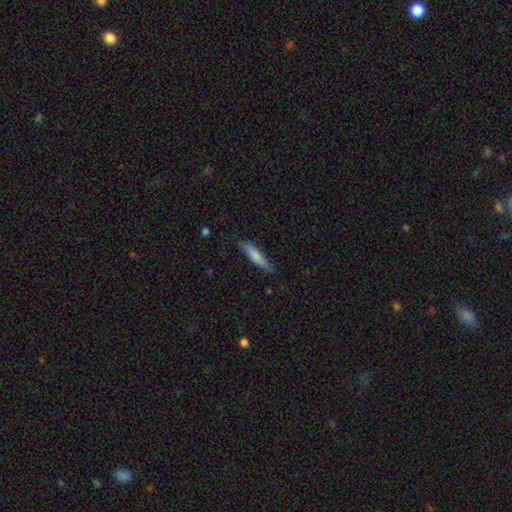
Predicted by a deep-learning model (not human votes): Smooth or featured? Predicted: smooth (p=0.76). How rounded? Predicted: cigar-shaped (p=0.83). Merging? Predicted: none (p=0.75).